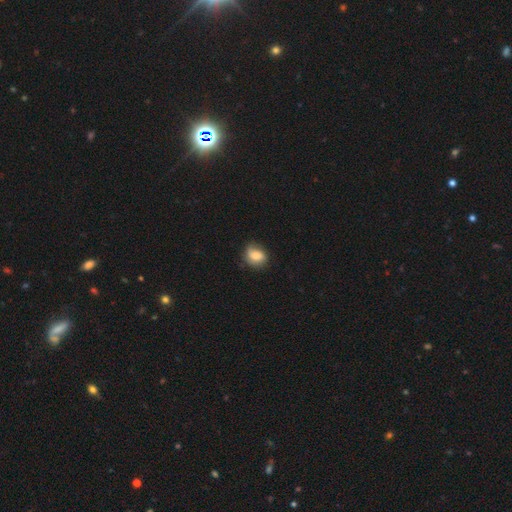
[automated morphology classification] Smooth or featured: smooth — 78% (featured or disk — 14%)
How rounded: in between — 53% (round — 46%)
Merging: none — 71% (minor disturbance — 23%)